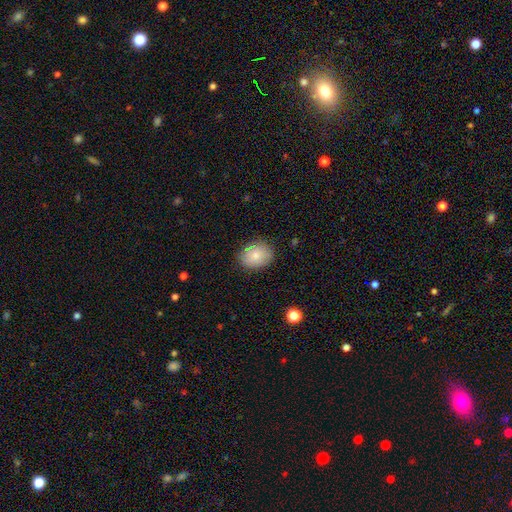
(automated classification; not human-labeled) Q: Smooth or featured?
A: smooth (81%); runner-up: featured or disk (11%)
Q: How rounded?
A: in between (57%); runner-up: round (42%)
Q: Merging?
A: none (81%); runner-up: minor disturbance (13%)